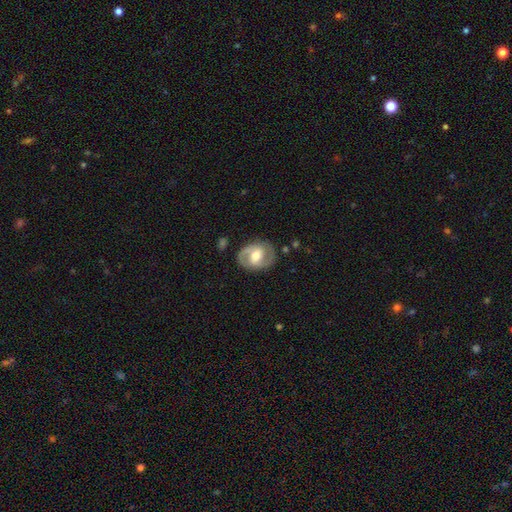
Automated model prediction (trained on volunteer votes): Smooth or featured: featured or disk — 76% (smooth — 19%)
Edge-on disk: no — 97% (yes — 3%)
Bar: weak — 46% (strong — 28%)
Spiral arms: yes — 85% (no — 15%)
Spiral winding: medium — 51% (tight — 33%)
Spiral arm count: 2 — 89% (can't tell — 6%)
Bulge size: moderate — 66% (large — 17%)
Merging: none — 82% (minor disturbance — 12%)